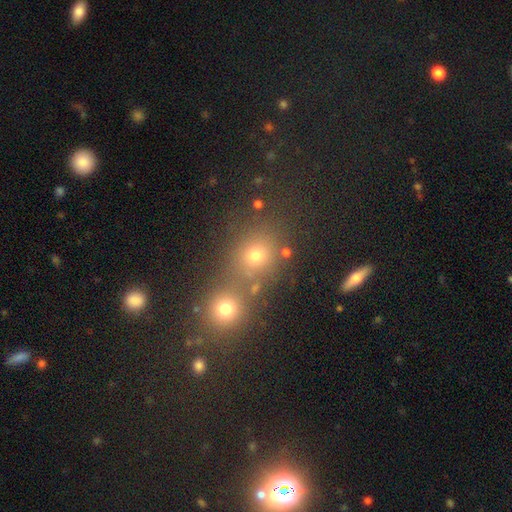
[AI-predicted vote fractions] Smooth or featured?
  - smooth: 70% *
  - star or artifact: 20%
  - featured or disk: 10%
How rounded?
  - round: 76% *
  - in between: 23%
  - cigar-shaped: 1%
Merging?
  - none: 53% *
  - merger: 35%
  - minor disturbance: 8%
  - major disturbance: 4%